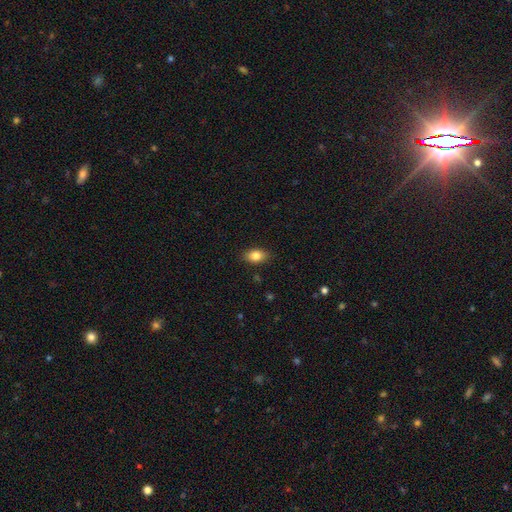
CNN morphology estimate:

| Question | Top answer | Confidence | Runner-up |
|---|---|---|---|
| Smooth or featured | smooth | 84% | star or artifact (8%) |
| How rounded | in between | 85% | round (13%) |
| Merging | none | 86% | minor disturbance (11%) |